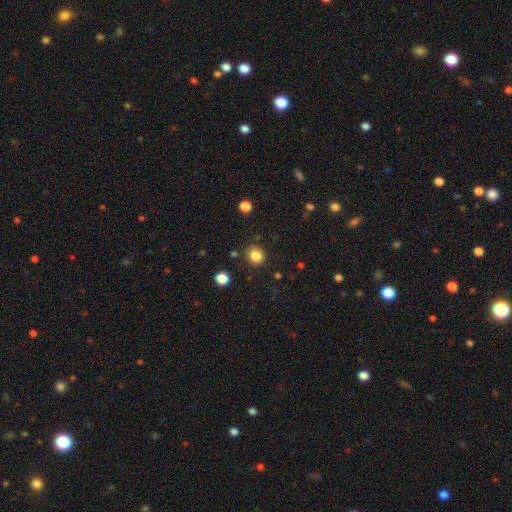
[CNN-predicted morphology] smooth-or-featured: smooth: 84% | star or artifact: 12% | featured or disk: 4%
  how-rounded: round: 78% | in between: 21% | cigar-shaped: 1%
  merging: none: 86% | minor disturbance: 8% | major disturbance: 3% | merger: 3%